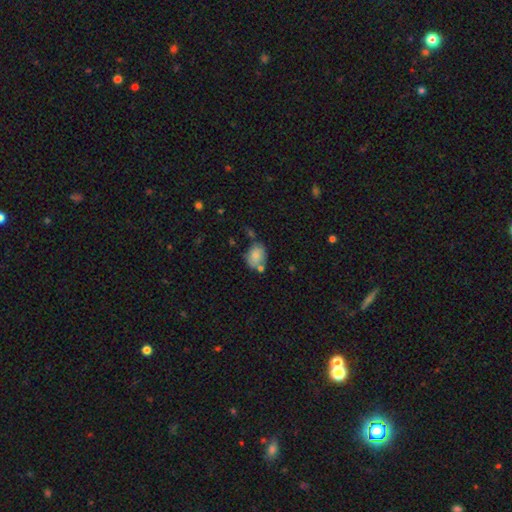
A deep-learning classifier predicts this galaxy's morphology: This appears to be a smooth galaxy with no disk features (78%) that is in between round and cigar-shaped (70%). Merging: none (54%).